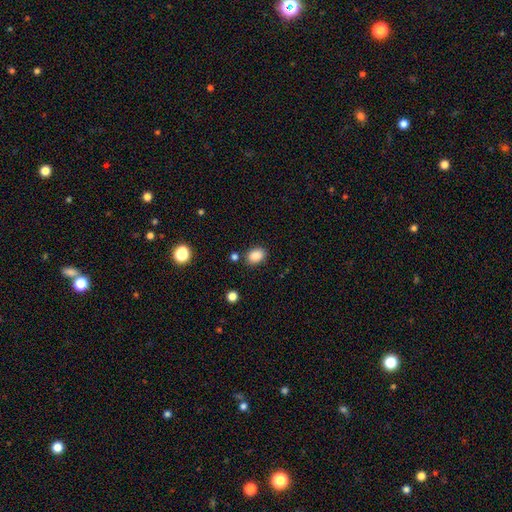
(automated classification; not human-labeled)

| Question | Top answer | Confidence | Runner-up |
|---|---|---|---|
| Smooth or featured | smooth | 87% | star or artifact (9%) |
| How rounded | in between | 77% | round (22%) |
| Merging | none | 81% | minor disturbance (12%) |